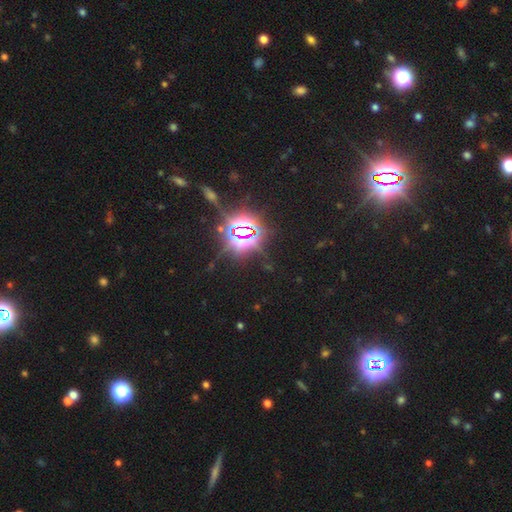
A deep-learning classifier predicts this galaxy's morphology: Smooth or featured? Predicted: star or artifact (p=0.81).